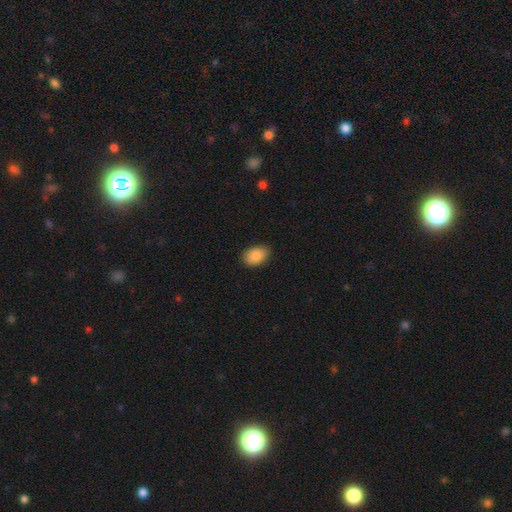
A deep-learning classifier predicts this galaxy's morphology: type=smooth (88%); roundness=in between (86%); merging=none (85%).